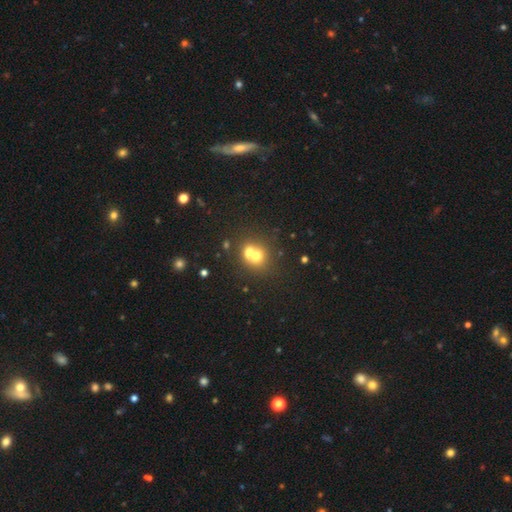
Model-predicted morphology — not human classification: Q: Smooth or featured?
A: smooth (65%); runner-up: featured or disk (21%)
Q: How rounded?
A: round (79%); runner-up: in between (20%)
Q: Merging?
A: merger (60%); runner-up: none (31%)